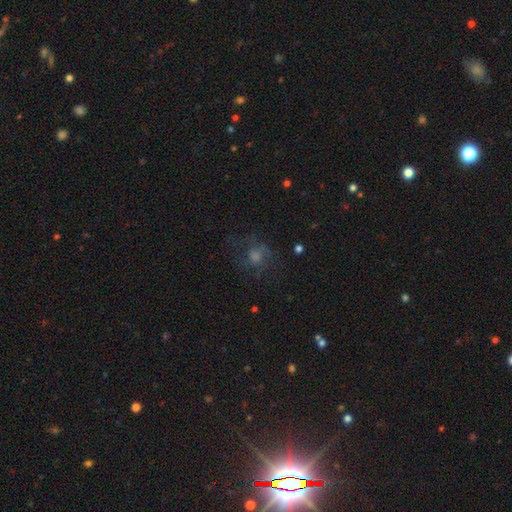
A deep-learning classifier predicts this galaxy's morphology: Smooth or featured: smooth — 37% (featured or disk — 34%)
Merging: none — 63% (major disturbance — 19%)